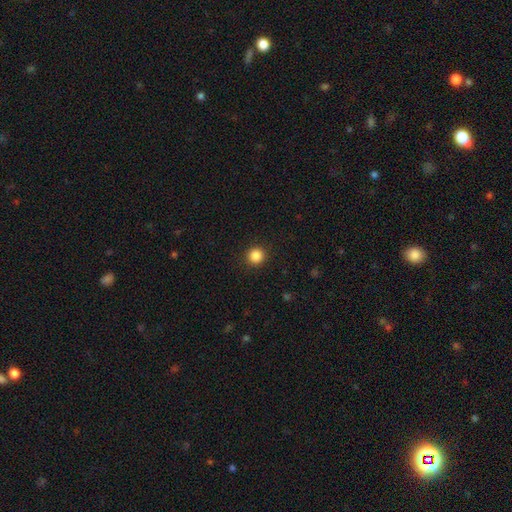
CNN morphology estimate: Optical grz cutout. It shows a smooth galaxy with no disk features (86%) that is round (94%). Merging: none (92%).